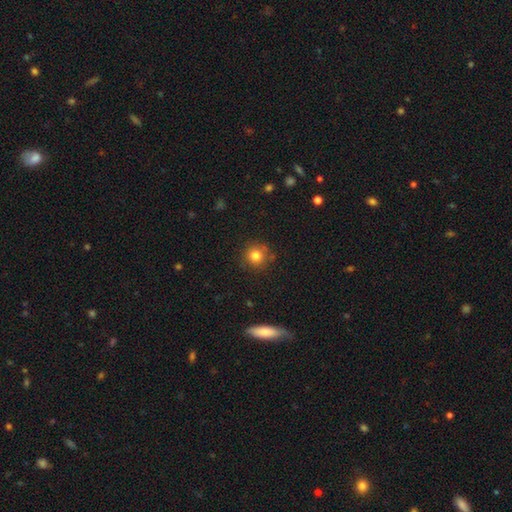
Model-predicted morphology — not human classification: type=smooth (81%); roundness=round (92%); merging=none (83%).